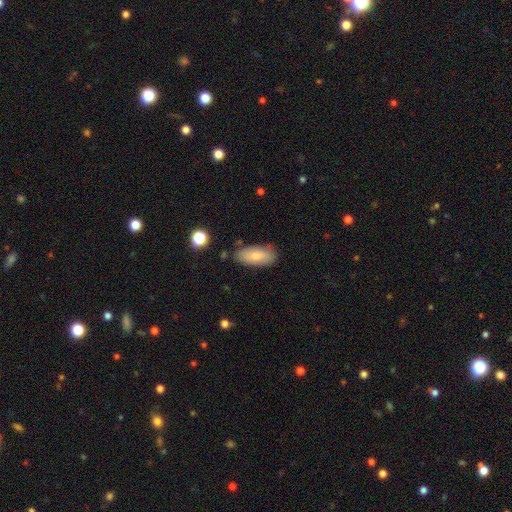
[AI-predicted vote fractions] smooth 77%, featured or disk 16%, star or artifact 7%. Down the decision tree: how rounded — in between (88%); merging — none (77%).